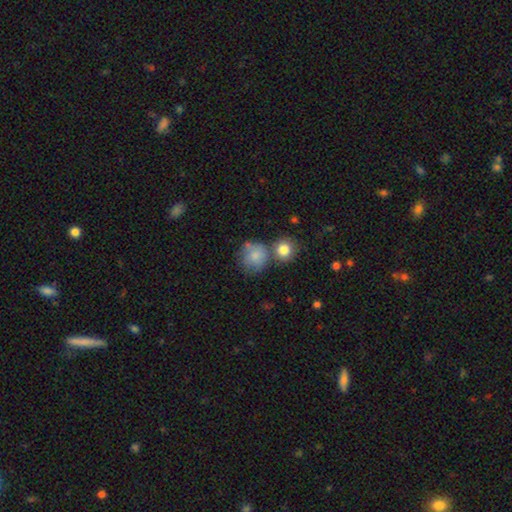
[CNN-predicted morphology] This appears to be a smooth galaxy with no disk features (78%) that is round (83%). Merging: none (47%).